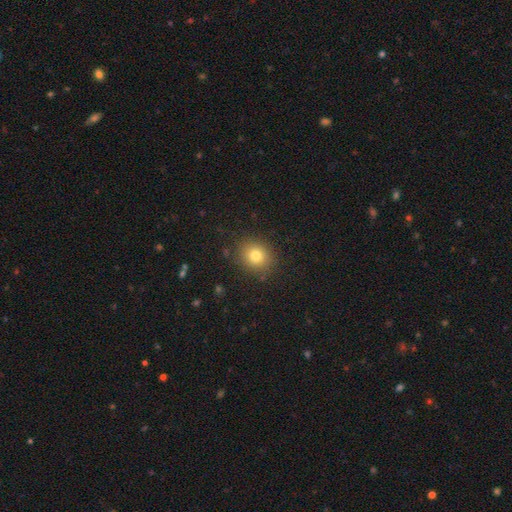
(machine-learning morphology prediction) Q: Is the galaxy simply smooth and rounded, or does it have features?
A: smooth — 78%.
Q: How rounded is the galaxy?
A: round — 75%.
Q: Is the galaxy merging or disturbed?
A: none — 87%.